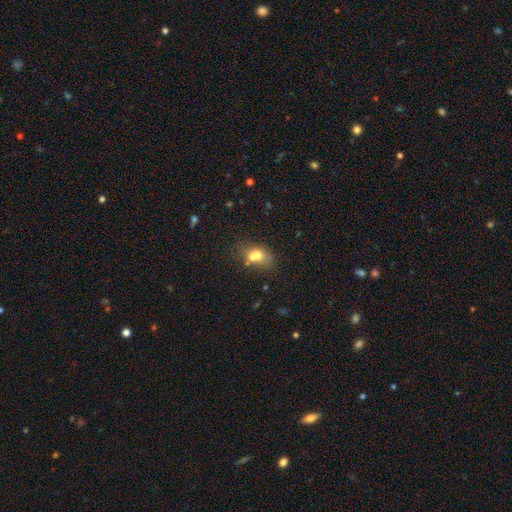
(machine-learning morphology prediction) Smooth or featured? Predicted: smooth (p=0.67). How rounded? Predicted: in between (p=0.63). Merging? Predicted: merger (p=0.45).